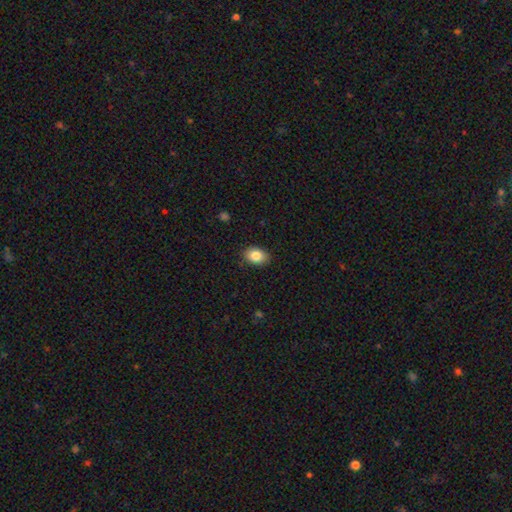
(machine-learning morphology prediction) This is clearly a smooth galaxy (85%). How rounded: likely in between (78%). Merging: clearly none (87%).